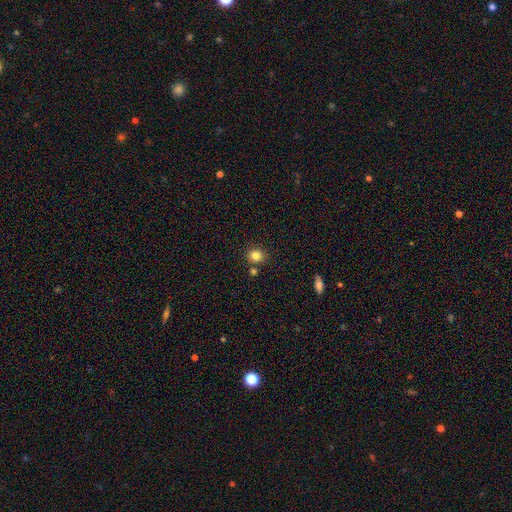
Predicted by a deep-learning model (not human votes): smooth_or_featured: smooth (p=0.83) [alt: star or artifact p=0.11]
how_rounded: round (p=0.75) [alt: in between p=0.24]
merging: none (p=0.80) [alt: minor disturbance p=0.09]